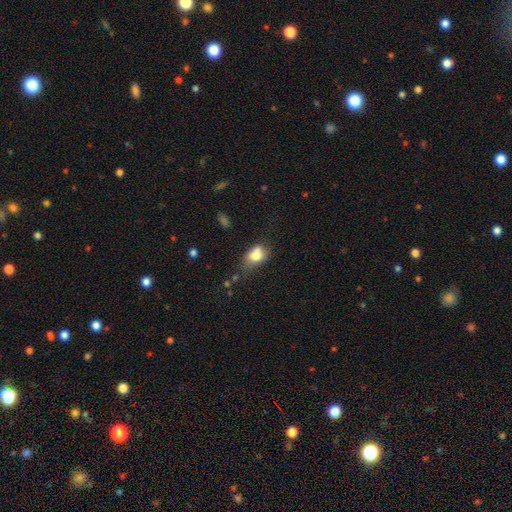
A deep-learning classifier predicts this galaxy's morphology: Smooth or featured?
  - smooth: 73% *
  - featured or disk: 17%
  - star or artifact: 10%
How rounded?
  - in between: 69% *
  - round: 29%
  - cigar-shaped: 2%
Merging?
  - none: 31% *
  - merger: 29%
  - minor disturbance: 26%
  - major disturbance: 14%